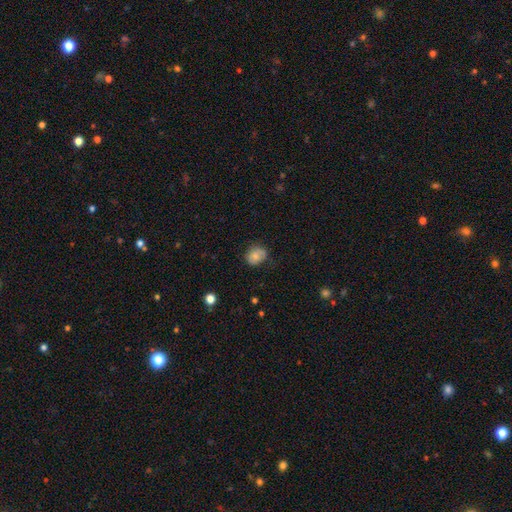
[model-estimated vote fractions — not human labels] Smooth or featured?
  - smooth: 73% *
  - featured or disk: 18%
  - star or artifact: 9%
How rounded?
  - round: 54% *
  - in between: 45%
  - cigar-shaped: 1%
Merging?
  - none: 64% *
  - minor disturbance: 28%
  - major disturbance: 7%
  - merger: 1%